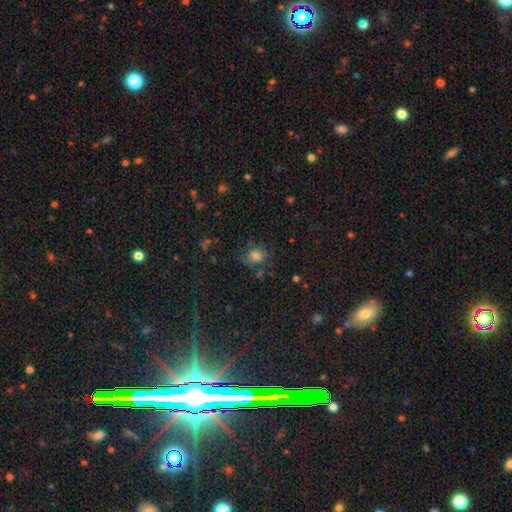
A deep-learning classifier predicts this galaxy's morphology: A smooth galaxy with no disk features (65%) that is round (62%).

Vote fractions:
- Smooth or featured? smooth: 65% / star or artifact: 21% / featured or disk: 14%
- How rounded? round: 62% / in between: 37% / cigar-shaped: 1%
- Merging? none: 66% / minor disturbance: 20% / major disturbance: 10% / merger: 4%